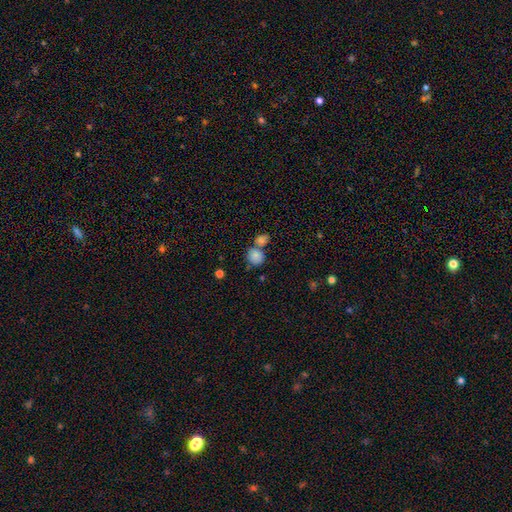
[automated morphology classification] smooth 83%, star or artifact 9%, featured or disk 8%. Down the decision tree: how rounded — round (77%); merging — none (48%).